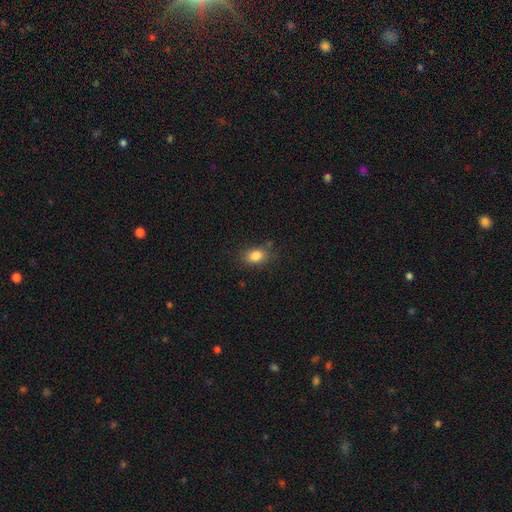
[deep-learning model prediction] A smooth galaxy with no disk features (85%) that is in between round and cigar-shaped (76%). Merging: none (80%).